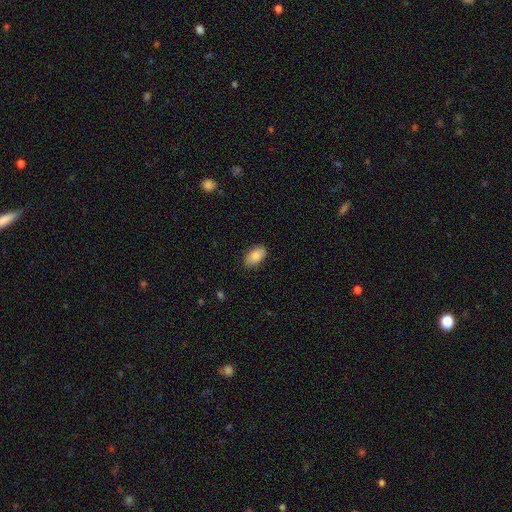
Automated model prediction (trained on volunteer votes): This appears to be a smooth galaxy with no disk features (86%) that is in between round and cigar-shaped (94%). Merging: none (86%).